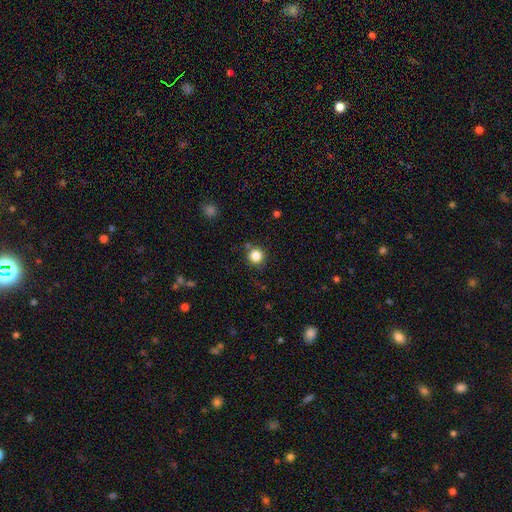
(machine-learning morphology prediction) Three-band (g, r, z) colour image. It shows a smooth galaxy with no disk features (83%) that is round (93%). Merging: none (83%).